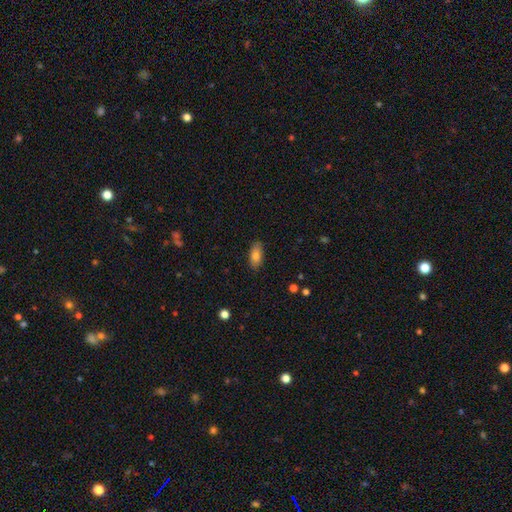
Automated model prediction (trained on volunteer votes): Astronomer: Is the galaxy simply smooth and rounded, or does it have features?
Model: smooth — 82%.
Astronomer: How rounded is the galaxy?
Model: in between — 89%.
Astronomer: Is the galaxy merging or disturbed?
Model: none — 84%.